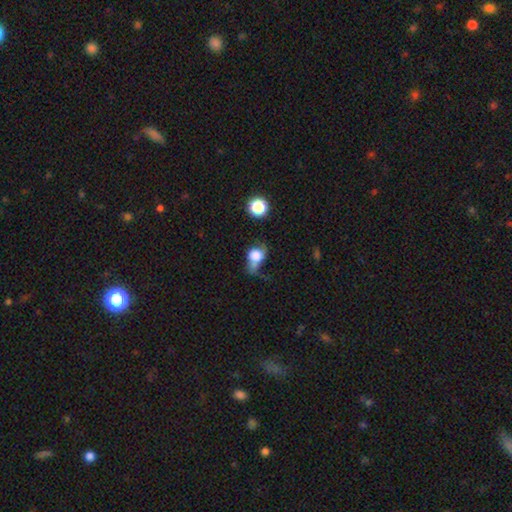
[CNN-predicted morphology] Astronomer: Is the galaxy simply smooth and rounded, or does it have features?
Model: smooth — 66%.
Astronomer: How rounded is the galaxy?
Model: round — 57% (runner-up: in between, 41%).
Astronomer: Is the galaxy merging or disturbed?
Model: major disturbance — 33% (runner-up: none, 25%).